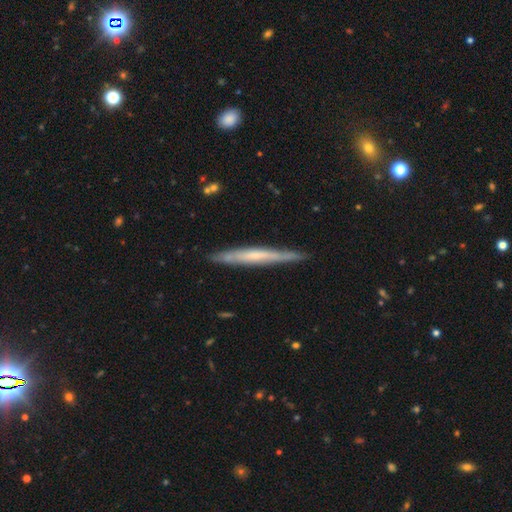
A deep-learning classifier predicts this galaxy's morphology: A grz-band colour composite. It shows a featured or disk galaxy (56%) viewed edge-on (94%) with no central bulge (70%). Merging: none (86%).